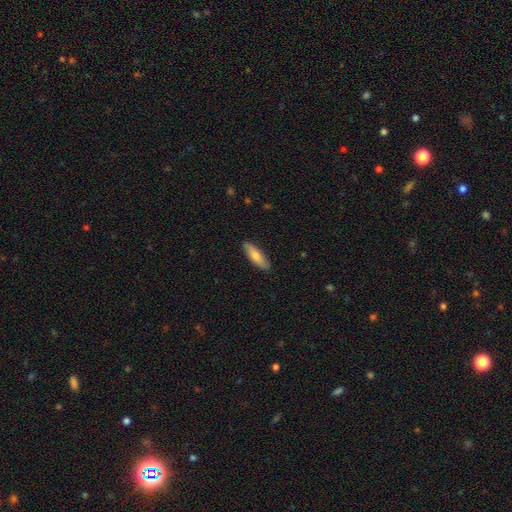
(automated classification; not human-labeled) smooth-or-featured: smooth: 76% | featured or disk: 18% | star or artifact: 5%
  how-rounded: cigar-shaped: 61% | in between: 37% | round: 2%
  merging: none: 87% | minor disturbance: 10% | major disturbance: 2% | merger: 1%